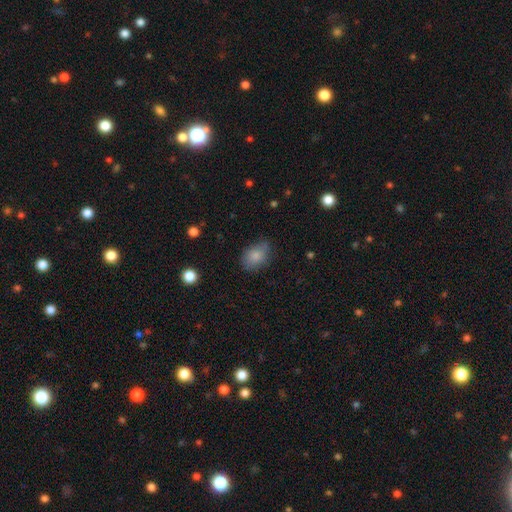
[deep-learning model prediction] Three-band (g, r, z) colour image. It shows a smooth galaxy with no disk features (84%) that is in between round and cigar-shaped (81%). Merging: none (71%).